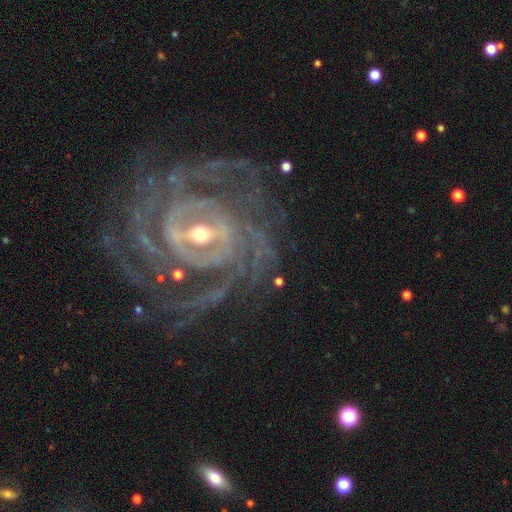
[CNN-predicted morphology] This is clearly a featured or disk galaxy (91%). It is clearly not viewed edge-on (97%). Bar: possibly strong (50%). Spiral arm pattern: clearly yes (98%). Spiral arm count: marginally 4 (22%). Spiral winding: likely tight (71%). Central bulge: possibly small (49%). Merging: likely none (74%).